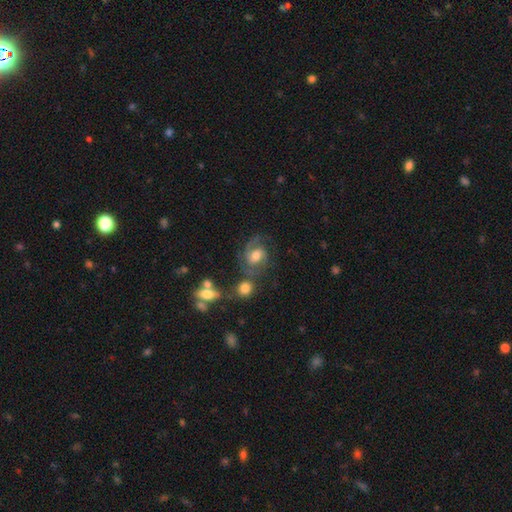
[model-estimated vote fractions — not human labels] Overall: featured or disk (76%). Edge-on disk: no (97%). Bar: no (45%; weak 43%). Spiral arms: yes (94%). Spiral arm count: 2 (76%). Spiral winding: medium (50%; tight 35%). Bulge size: moderate (64%). Merging: none (58%; minor disturbance 18%).